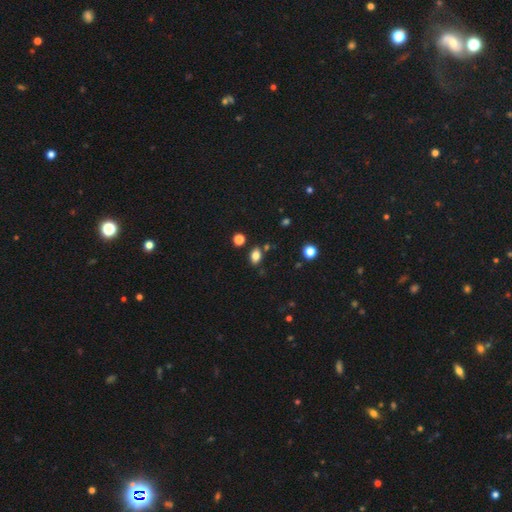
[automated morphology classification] smooth-or-featured: smooth: 81% | star or artifact: 12% | featured or disk: 7%
  how-rounded: in between: 81% | round: 17% | cigar-shaped: 2%
  merging: none: 78% | minor disturbance: 12% | merger: 7% | major disturbance: 3%